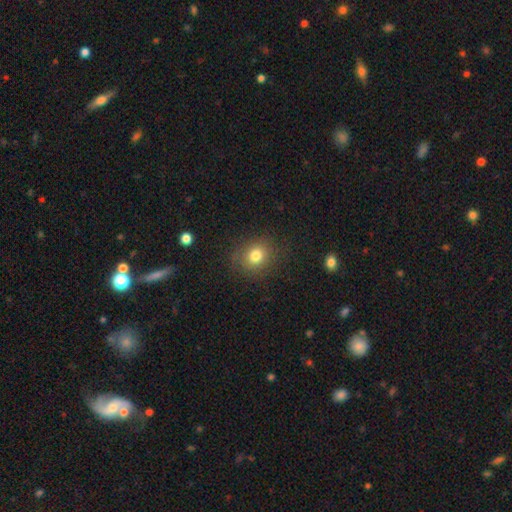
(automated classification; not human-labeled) Q: Smooth or featured?
A: smooth (79%); runner-up: star or artifact (12%)
Q: How rounded?
A: round (69%); runner-up: in between (30%)
Q: Merging?
A: none (83%); runner-up: minor disturbance (11%)